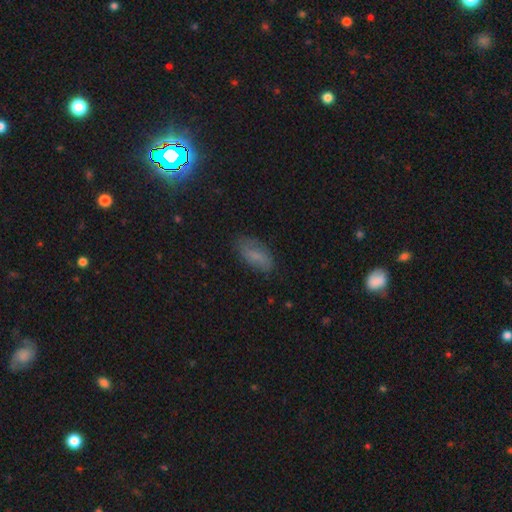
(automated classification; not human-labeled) Smooth or featured?
  - smooth: 69% *
  - featured or disk: 20%
  - star or artifact: 11%
How rounded?
  - in between: 86% *
  - cigar-shaped: 10%
  - round: 3%
Merging?
  - none: 75% *
  - minor disturbance: 19%
  - major disturbance: 5%
  - merger: 1%